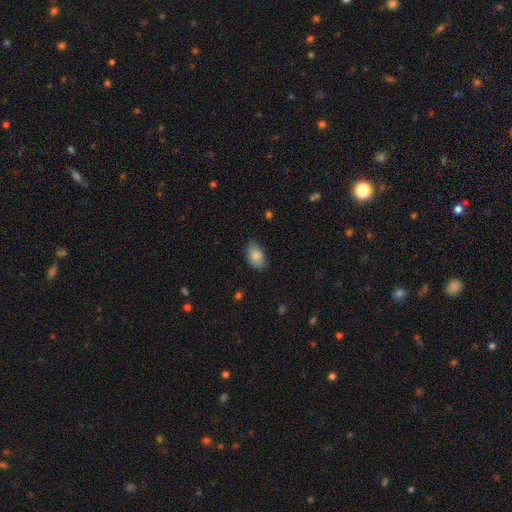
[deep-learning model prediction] smooth_or_featured: smooth (p=0.86) [alt: featured or disk p=0.07]
how_rounded: in between (p=0.89) [alt: round p=0.10]
merging: none (p=0.70) [alt: minor disturbance p=0.24]